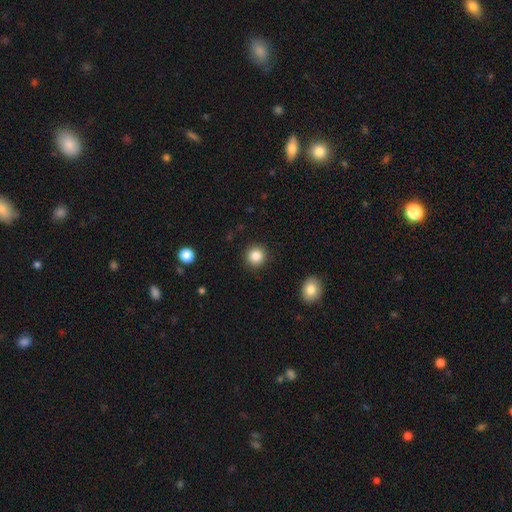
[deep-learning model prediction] Smooth or featured? Predicted: smooth (p=0.86). How rounded? Predicted: round (p=0.93). Merging? Predicted: none (p=0.91).